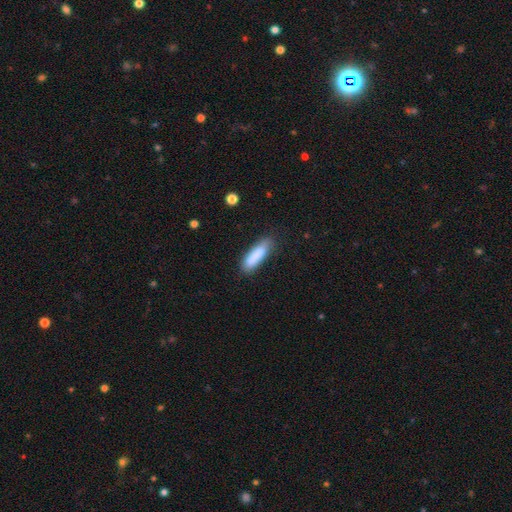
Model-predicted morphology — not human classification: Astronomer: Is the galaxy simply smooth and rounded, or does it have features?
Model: smooth — 85%.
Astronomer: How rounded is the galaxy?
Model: cigar-shaped — 63%.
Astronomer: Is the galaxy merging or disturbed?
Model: none — 77%.